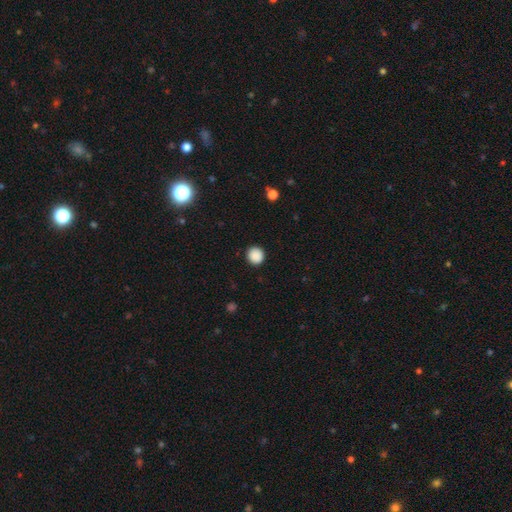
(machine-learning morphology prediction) Overall: smooth (89%). How rounded: round (92%). Merging: none (92%).